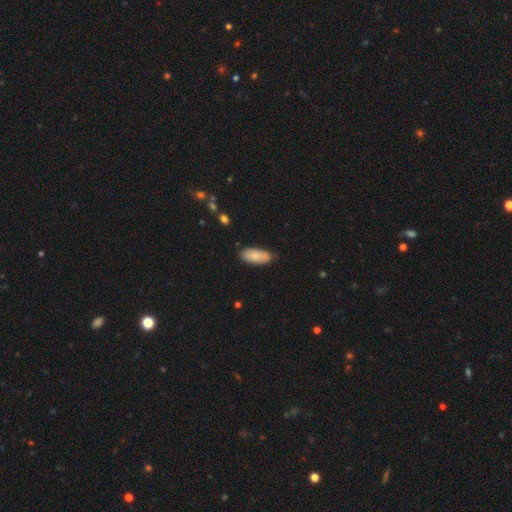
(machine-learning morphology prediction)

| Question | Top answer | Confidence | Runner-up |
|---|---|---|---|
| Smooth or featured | smooth | 83% | featured or disk (11%) |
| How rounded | in between | 87% | cigar-shaped (11%) |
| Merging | none | 78% | minor disturbance (18%) |